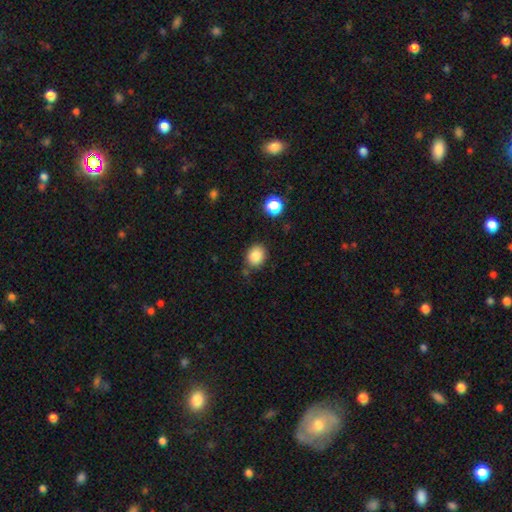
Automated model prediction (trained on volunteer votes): Smooth or featured? smooth (86%)
How rounded? round (55%)
Merging? none (79%)